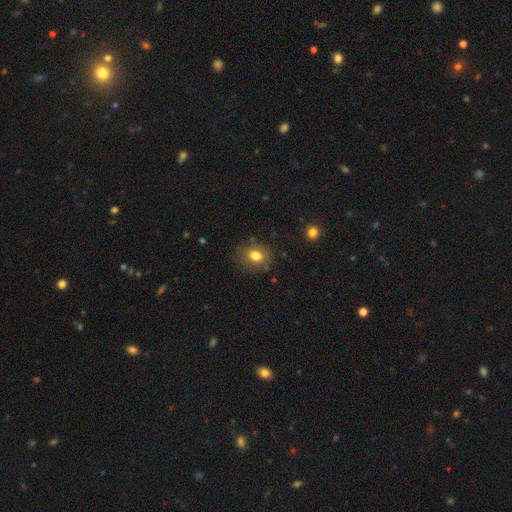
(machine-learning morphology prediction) smooth-or-featured: smooth: 79% | star or artifact: 11% | featured or disk: 10%
  how-rounded: round: 55% | in between: 44% | cigar-shaped: 1%
  merging: none: 79% | minor disturbance: 14% | major disturbance: 5% | merger: 2%